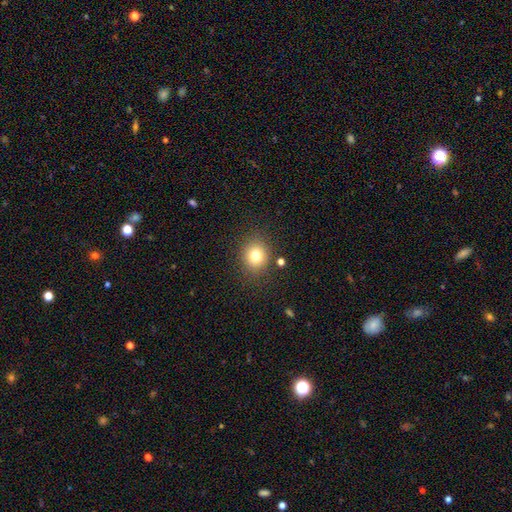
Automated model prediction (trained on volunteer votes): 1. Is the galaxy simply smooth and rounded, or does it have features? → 78% smooth, 14% star or artifact, 9% featured or disk.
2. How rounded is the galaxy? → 78% round, 21% in between, 1% cigar-shaped.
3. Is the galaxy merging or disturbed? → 84% none, 9% minor disturbance, 3% major disturbance, 3% merger.